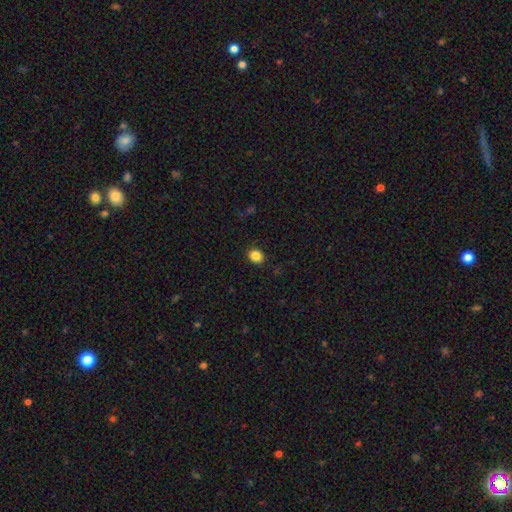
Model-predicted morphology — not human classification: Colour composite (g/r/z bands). It shows a smooth galaxy with no disk features (86%) that is round (53%). Merging: none (89%).